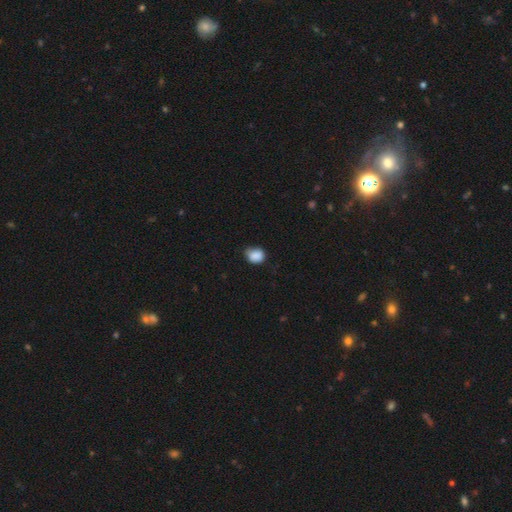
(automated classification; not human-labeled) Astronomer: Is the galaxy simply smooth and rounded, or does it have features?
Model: smooth — 87%.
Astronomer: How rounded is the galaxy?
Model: round — 59% (runner-up: in between, 40%).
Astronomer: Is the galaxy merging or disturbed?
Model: none — 57% (runner-up: minor disturbance, 35%).